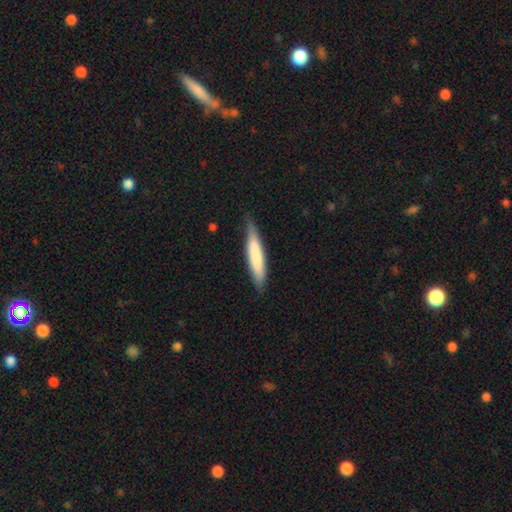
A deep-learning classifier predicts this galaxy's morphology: Smooth or featured: smooth — 71% (featured or disk — 23%)
How rounded: cigar-shaped — 89% (in between — 9%)
Merging: none — 80% (minor disturbance — 16%)